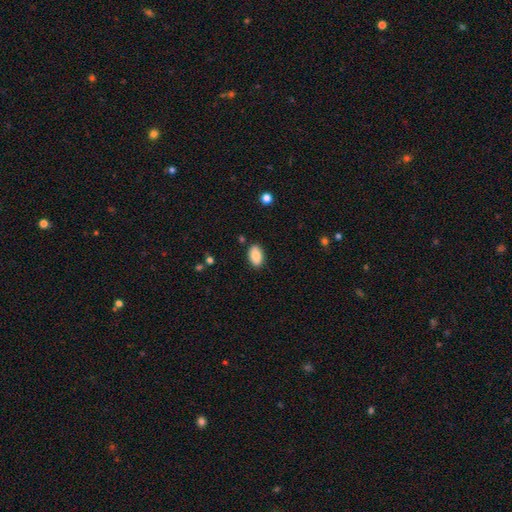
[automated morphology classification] A smooth galaxy with no disk features (86%) that is in between round and cigar-shaped (93%).

Vote fractions:
- Smooth or featured? smooth: 86% / featured or disk: 7% / star or artifact: 7%
- How rounded? in between: 93% / round: 6% / cigar-shaped: 1%
- Merging? none: 86% / minor disturbance: 10% / major disturbance: 2% / merger: 2%